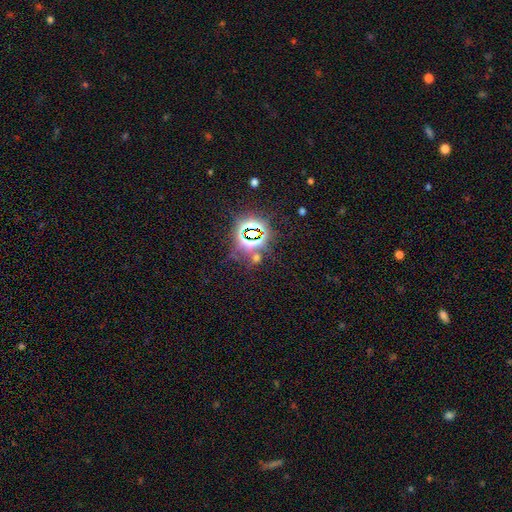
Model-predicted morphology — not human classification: The model was most divided on "smooth or featured": star or artifact: 81%, smooth: 11%, featured or disk: 8%.